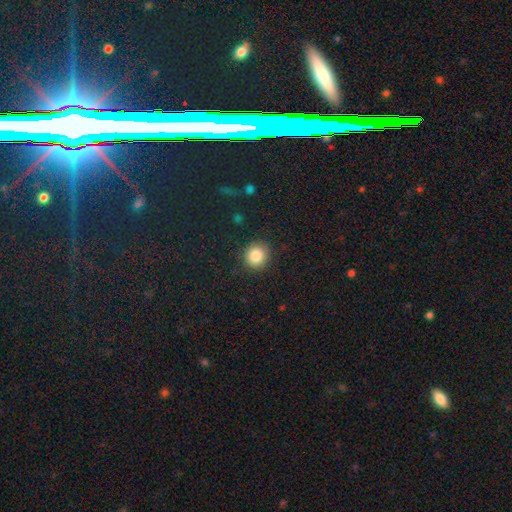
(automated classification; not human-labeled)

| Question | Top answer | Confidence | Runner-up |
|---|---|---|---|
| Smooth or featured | smooth | 85% | star or artifact (10%) |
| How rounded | round | 88% | in between (11%) |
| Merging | none | 88% | minor disturbance (8%) |